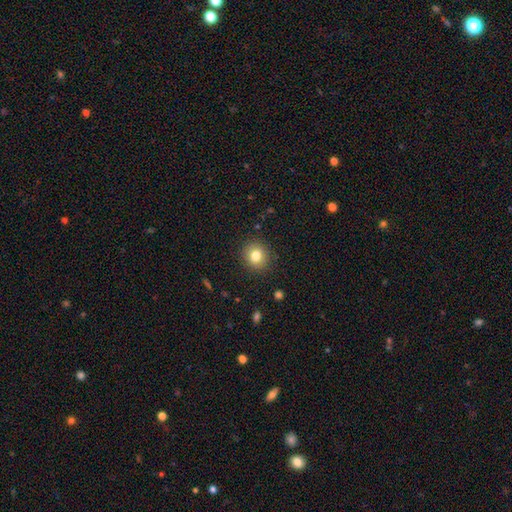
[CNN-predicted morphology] type=smooth (80%); roundness=round (87%); merging=none (89%).